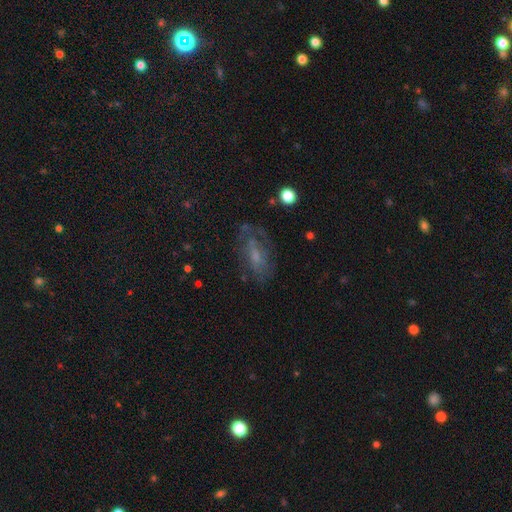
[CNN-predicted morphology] featured or disk 53%, smooth 35%, star or artifact 13%. Down the decision tree: edge-on disk — no (89%); merging — none (59%).